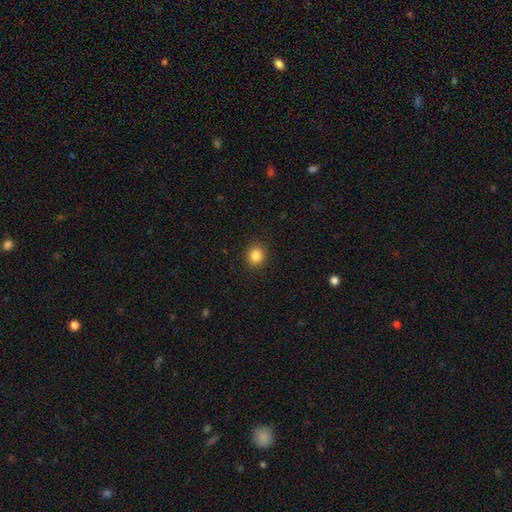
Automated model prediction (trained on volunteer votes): A smooth galaxy with no disk features (85%) that is round (81%).

Vote fractions:
- Smooth or featured? smooth: 85% / star or artifact: 11% / featured or disk: 5%
- How rounded? round: 81% / in between: 18% / cigar-shaped: 1%
- Merging? none: 91% / minor disturbance: 6% / major disturbance: 2% / merger: 1%